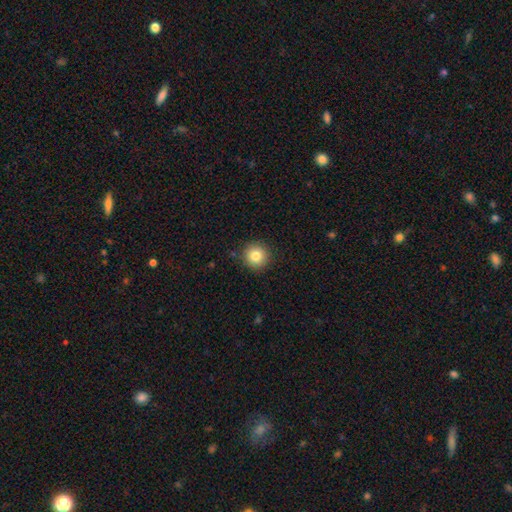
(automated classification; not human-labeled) Smooth or featured? smooth (83%)
How rounded? round (94%)
Merging? none (90%)